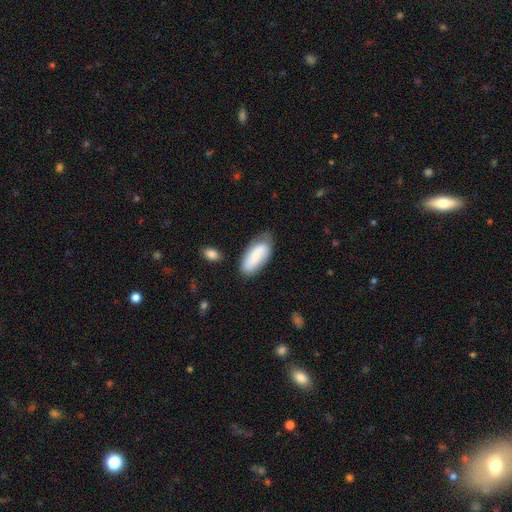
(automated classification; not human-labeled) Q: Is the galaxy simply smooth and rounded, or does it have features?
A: smooth — 75%.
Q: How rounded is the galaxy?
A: in between — 85%.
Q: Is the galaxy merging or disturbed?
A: none — 59%.